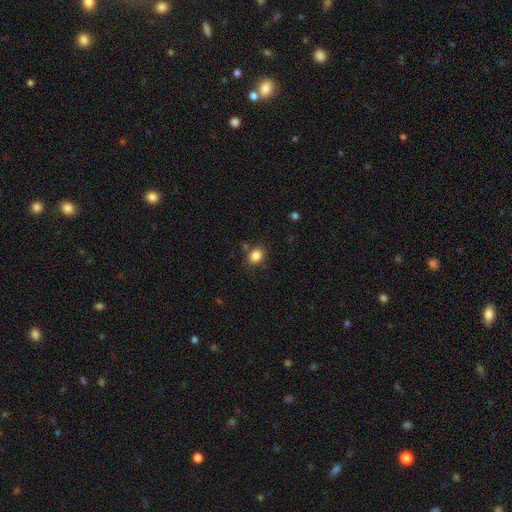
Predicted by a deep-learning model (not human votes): Overall: smooth (85%). How rounded: round (50%; in between 49%). Merging: none (79%).